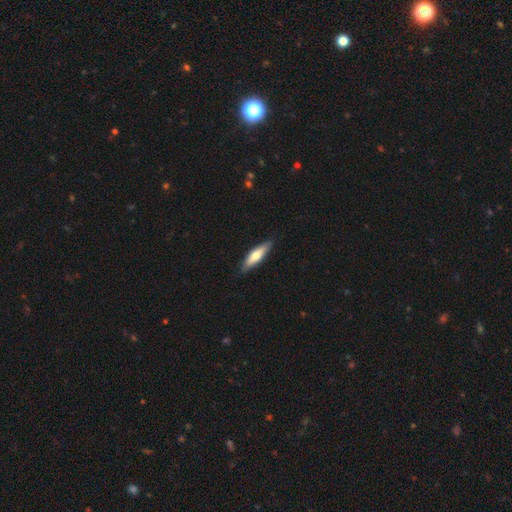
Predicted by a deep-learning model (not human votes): This is likely a smooth galaxy (63%). How rounded: likely cigar-shaped (67%). Merging: clearly none (87%).